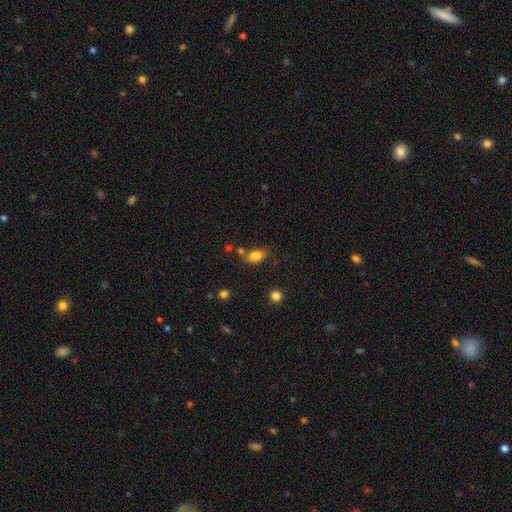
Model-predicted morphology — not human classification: The model was most divided on "merging": none: 59%, minor disturbance: 21%, merger: 14%, major disturbance: 7%. More confident: smooth or featured — smooth (81%); how rounded — in between (81%).